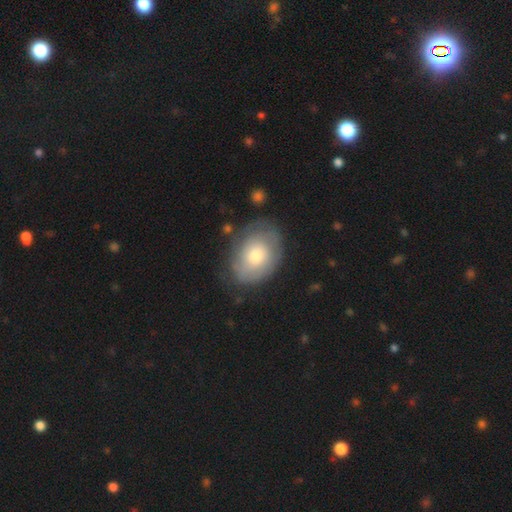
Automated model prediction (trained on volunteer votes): The model was most divided on "smooth or featured": smooth: 55%, featured or disk: 38%, star or artifact: 7%. More confident: how rounded — in between (70%); merging — none (69%).